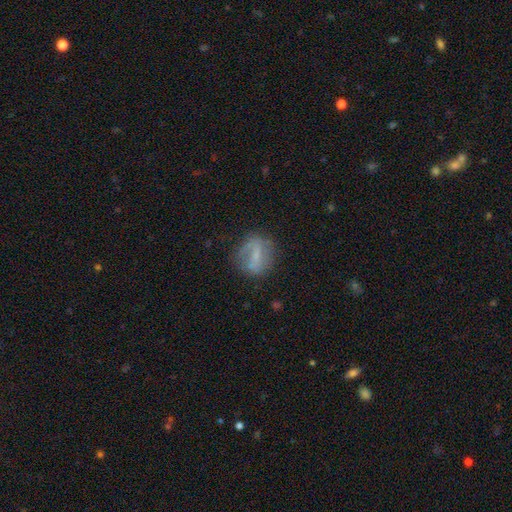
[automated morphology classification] smooth-or-featured: featured or disk: 48% | smooth: 42% | star or artifact: 10%
  merging: none: 66% | minor disturbance: 20% | major disturbance: 11% | merger: 2%